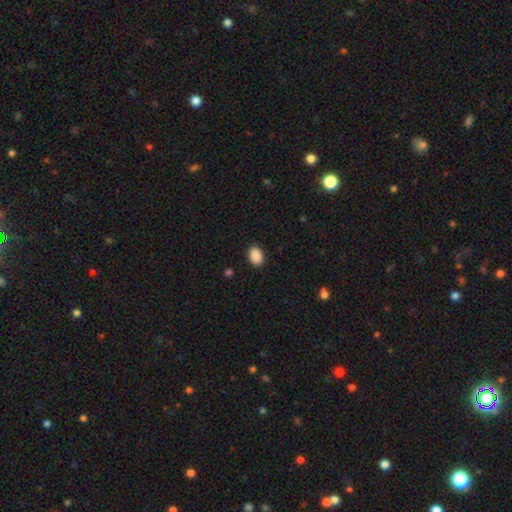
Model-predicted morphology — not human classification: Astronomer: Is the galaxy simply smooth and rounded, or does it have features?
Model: smooth — 90%.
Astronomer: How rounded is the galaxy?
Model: in between — 83%.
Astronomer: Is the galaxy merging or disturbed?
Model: none — 90%.